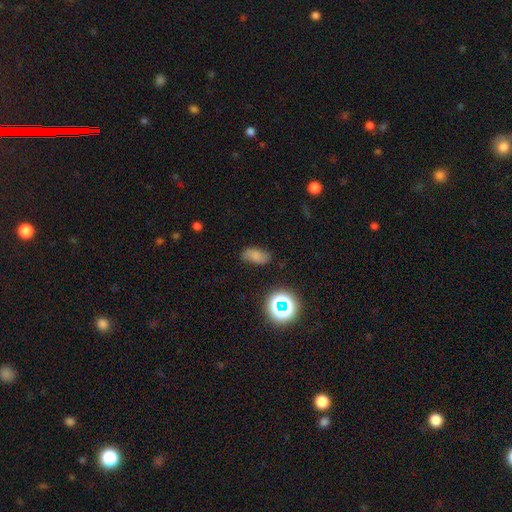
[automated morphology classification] type=smooth (63%); roundness=in between (89%); merging=none (75%).